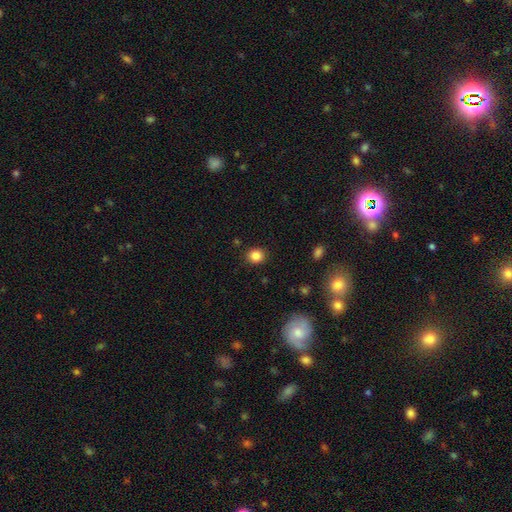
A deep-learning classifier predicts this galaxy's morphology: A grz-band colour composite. It shows a smooth galaxy with no disk features (85%) that is round (77%). Merging: none (89%).